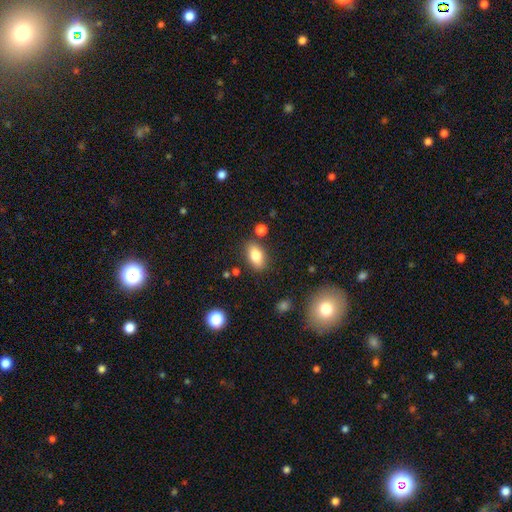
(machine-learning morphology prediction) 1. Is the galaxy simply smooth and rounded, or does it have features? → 80% smooth, 12% featured or disk, 9% star or artifact.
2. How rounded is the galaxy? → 88% in between, 8% round, 4% cigar-shaped.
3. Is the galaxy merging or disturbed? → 82% none, 11% minor disturbance, 4% merger, 3% major disturbance.